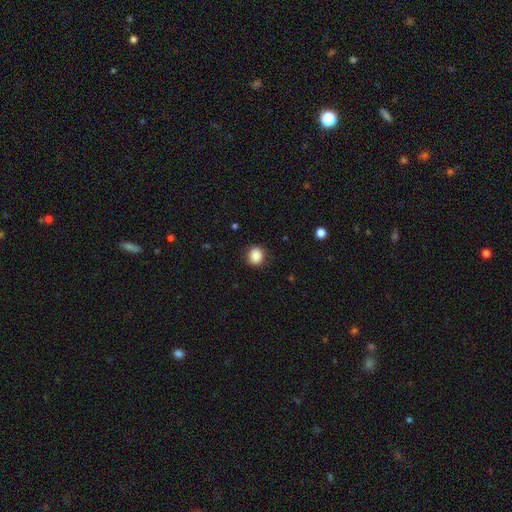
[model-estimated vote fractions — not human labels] smooth 87%, star or artifact 9%, featured or disk 4%. Down the decision tree: how rounded — round (83%); merging — none (88%).